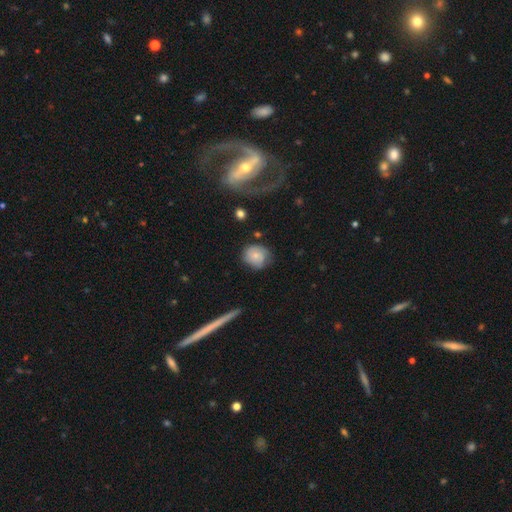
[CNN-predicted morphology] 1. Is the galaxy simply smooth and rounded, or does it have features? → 69% smooth, 23% featured or disk, 8% star or artifact.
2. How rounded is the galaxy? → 78% round, 21% in between, 1% cigar-shaped.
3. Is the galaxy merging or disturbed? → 62% none, 27% minor disturbance, 8% major disturbance, 3% merger.